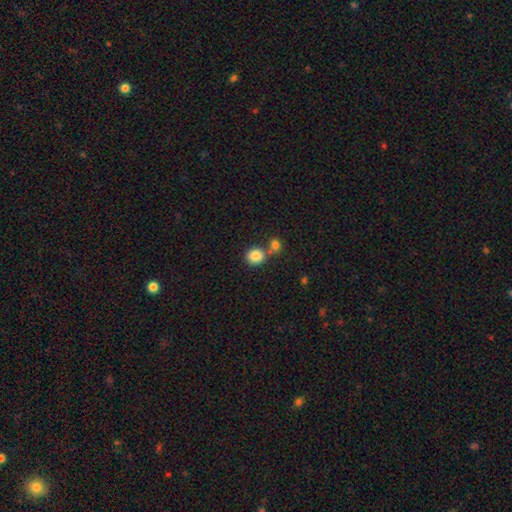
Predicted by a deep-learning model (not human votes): Smooth or featured: smooth — 84% (star or artifact — 10%)
How rounded: round — 82% (in between — 17%)
Merging: none — 58% (merger — 30%)